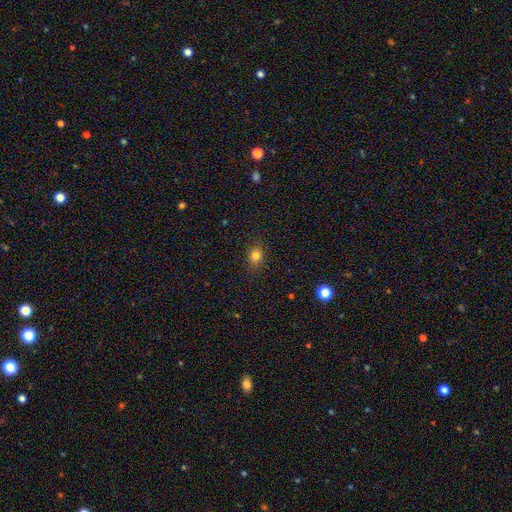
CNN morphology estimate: smooth-or-featured: smooth: 81% | star or artifact: 13% | featured or disk: 6%
  how-rounded: round: 64% | in between: 35% | cigar-shaped: 1%
  merging: none: 86% | minor disturbance: 10% | major disturbance: 3% | merger: 1%